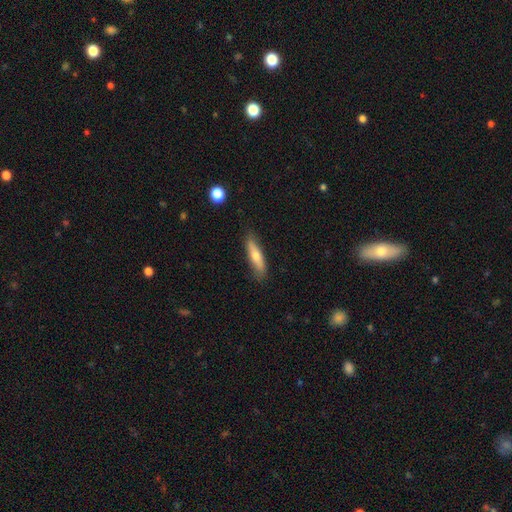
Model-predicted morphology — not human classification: Smooth or featured? Predicted: smooth (p=0.59). How rounded? Predicted: cigar-shaped (p=0.76). Merging? Predicted: none (p=0.83).